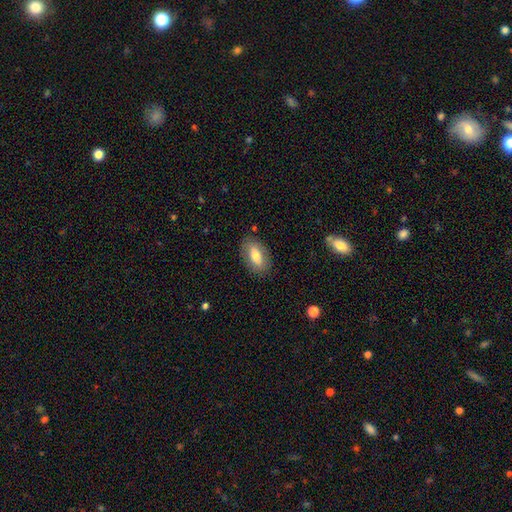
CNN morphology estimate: type=smooth (71%); roundness=in between (91%); merging=none (84%).